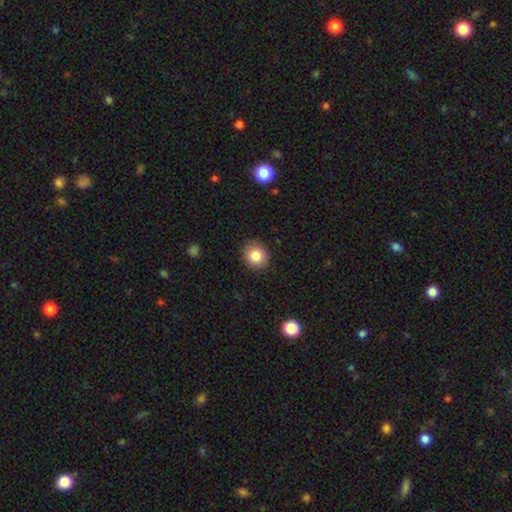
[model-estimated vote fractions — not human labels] Smooth or featured? smooth (83%)
How rounded? round (79%)
Merging? none (89%)